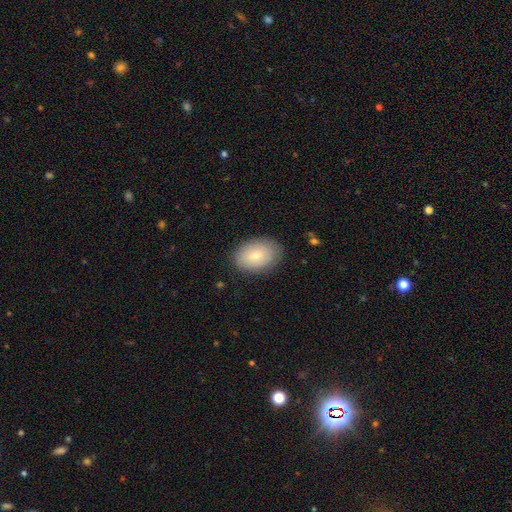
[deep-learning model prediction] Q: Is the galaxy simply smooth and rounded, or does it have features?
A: smooth — 79%.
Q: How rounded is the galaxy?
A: in between — 86%.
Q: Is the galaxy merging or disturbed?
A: none — 84%.